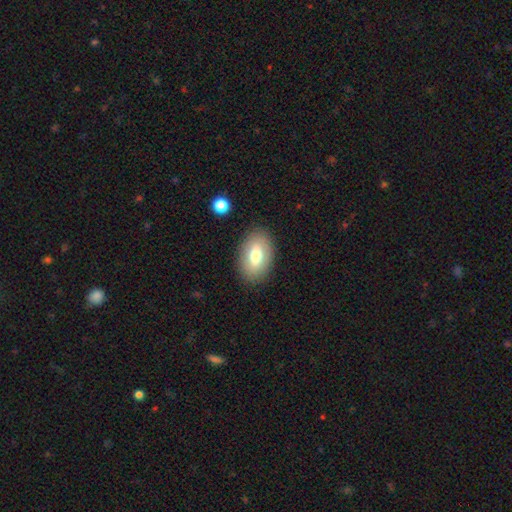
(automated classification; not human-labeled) The model was most divided on "smooth or featured": smooth: 70%, featured or disk: 23%, star or artifact: 7%. More confident: how rounded — in between (91%); merging — none (86%).